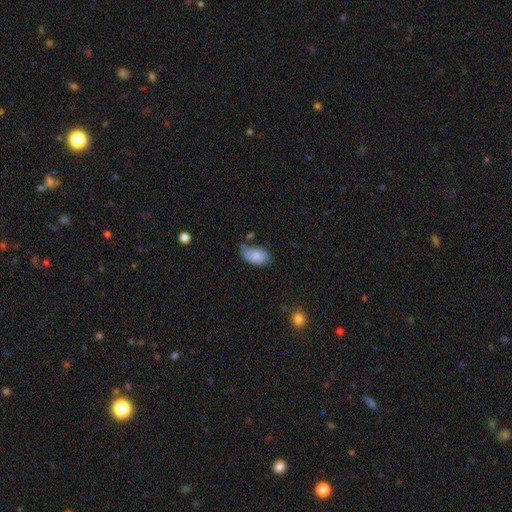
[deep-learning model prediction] Smooth or featured? Predicted: smooth (p=0.83). How rounded? Predicted: in between (p=0.93). Merging? Predicted: none (p=0.47).